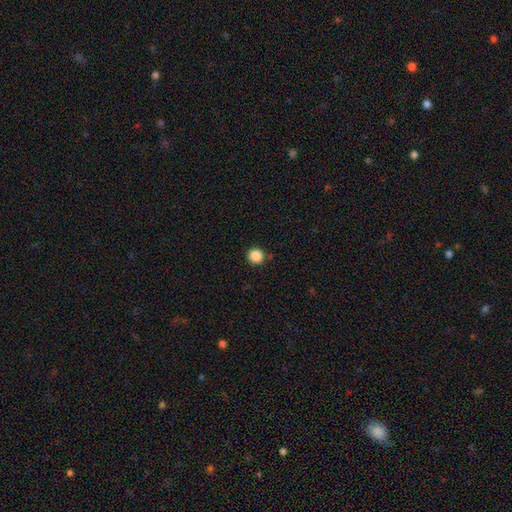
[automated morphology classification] Smooth or featured: smooth — 87% (star or artifact — 10%)
How rounded: round — 94% (in between — 5%)
Merging: none — 90% (minor disturbance — 6%)